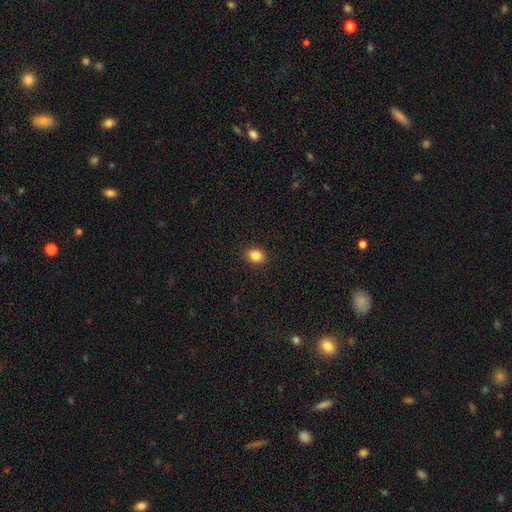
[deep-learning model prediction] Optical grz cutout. It shows a smooth galaxy with no disk features (85%) that is round (54%). Merging: none (91%).